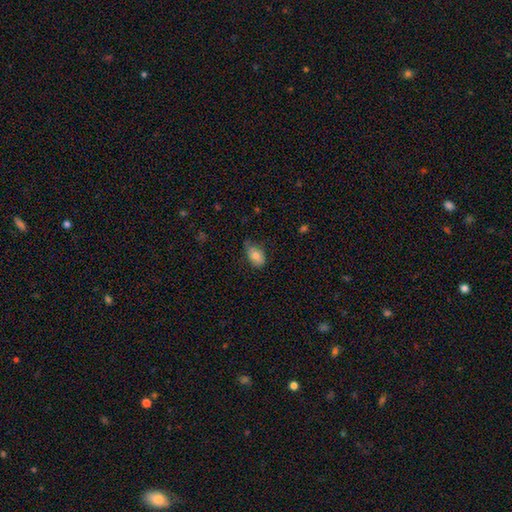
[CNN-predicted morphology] smooth 79%, featured or disk 13%, star or artifact 8%. Down the decision tree: how rounded — in between (87%); merging — none (58%).